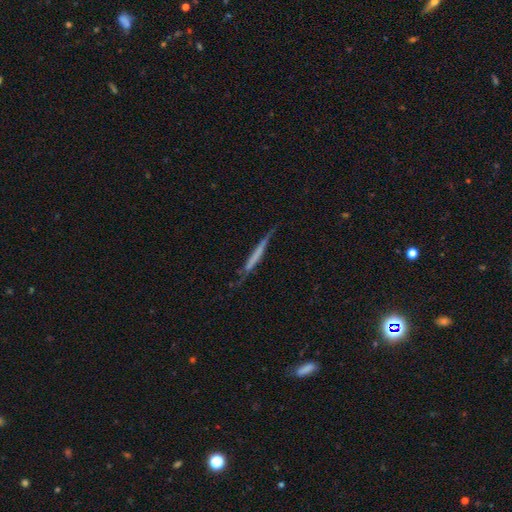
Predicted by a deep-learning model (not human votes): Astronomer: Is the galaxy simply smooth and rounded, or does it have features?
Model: featured or disk — 53% (runner-up: smooth, 40%).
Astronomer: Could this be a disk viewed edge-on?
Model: yes — 91%.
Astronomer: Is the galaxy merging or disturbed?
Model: none — 68%.